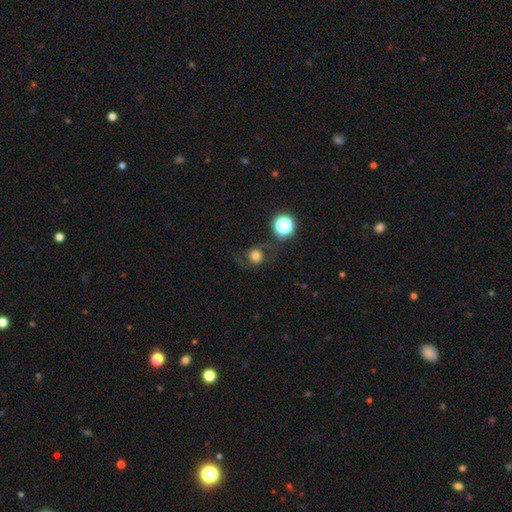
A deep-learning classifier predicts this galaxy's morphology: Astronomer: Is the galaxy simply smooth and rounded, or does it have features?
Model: smooth — 57%.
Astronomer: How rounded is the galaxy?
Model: round — 86%.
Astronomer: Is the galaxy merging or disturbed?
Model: none — 57%.